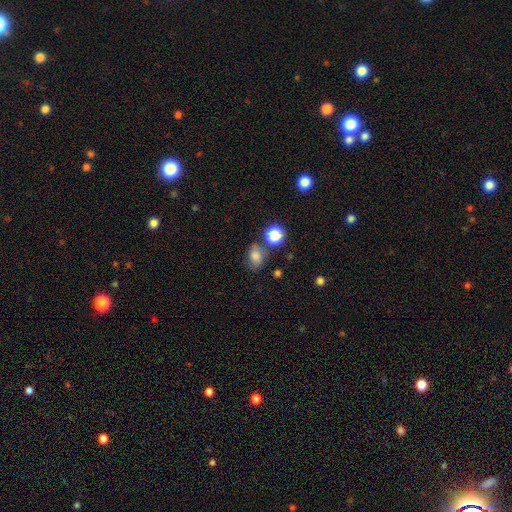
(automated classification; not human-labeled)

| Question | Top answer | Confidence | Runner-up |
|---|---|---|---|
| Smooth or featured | smooth | 76% | star or artifact (13%) |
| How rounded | in between | 60% | round (39%) |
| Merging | none | 59% | minor disturbance (20%) |